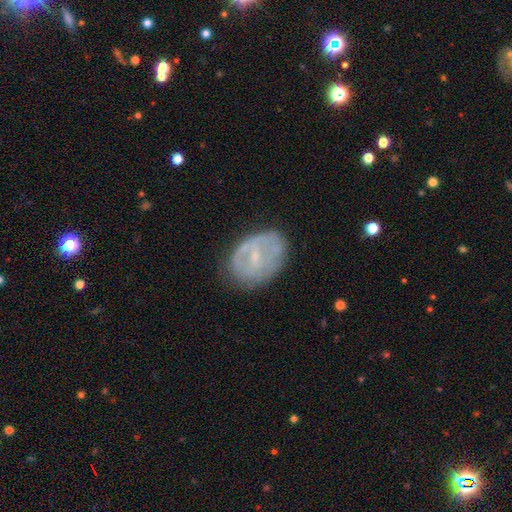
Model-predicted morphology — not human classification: smooth_or_featured: featured or disk (p=0.58) [alt: smooth p=0.34]
disk_edge_on: no (p=0.94) [alt: yes p=0.06]
bar: weak (p=0.45) [alt: no p=0.30]
has_spiral_arms: no (p=0.61) [alt: yes p=0.39]
bulge_size: small (p=0.64) [alt: moderate p=0.18]
merging: none (p=0.68) [alt: minor disturbance p=0.21]